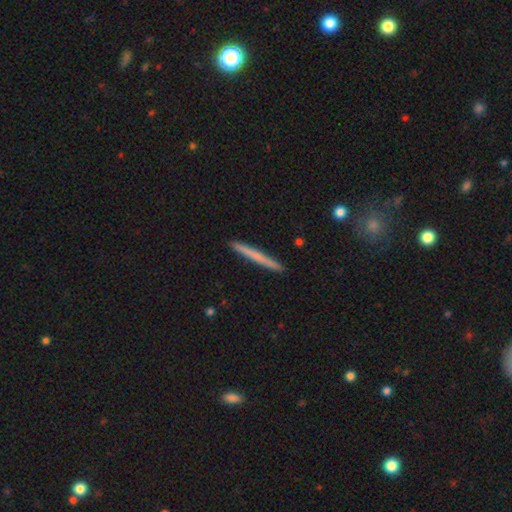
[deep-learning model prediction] This is likely a smooth galaxy (62%). How rounded: clearly cigar-shaped (97%). Merging: clearly none (92%).